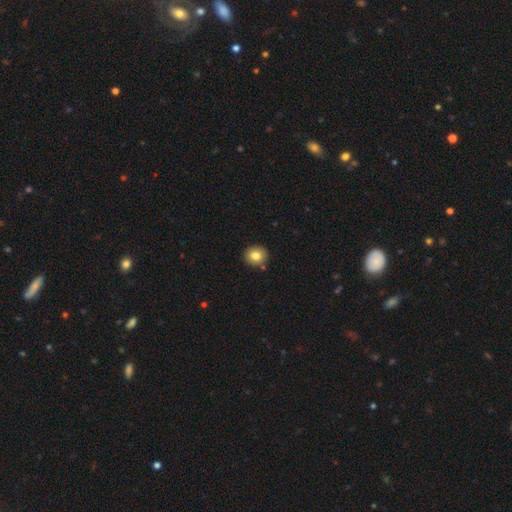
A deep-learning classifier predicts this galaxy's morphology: Overall: smooth (81%). How rounded: round (83%). Merging: none (86%).